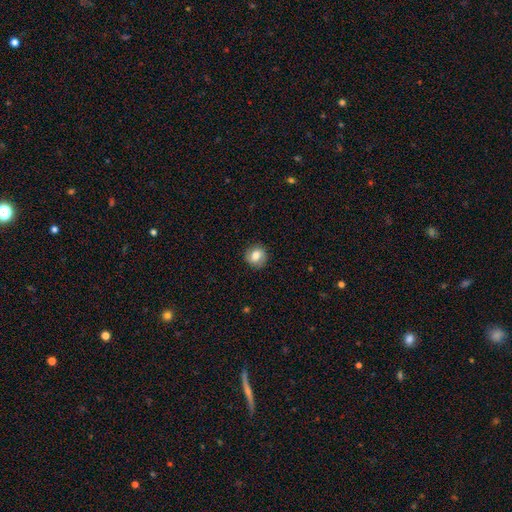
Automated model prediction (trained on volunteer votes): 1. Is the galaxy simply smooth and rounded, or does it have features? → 76% smooth, 15% featured or disk, 9% star or artifact.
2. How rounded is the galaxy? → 87% round, 12% in between, 1% cigar-shaped.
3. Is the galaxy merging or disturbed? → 87% none, 9% minor disturbance, 2% major disturbance, 1% merger.